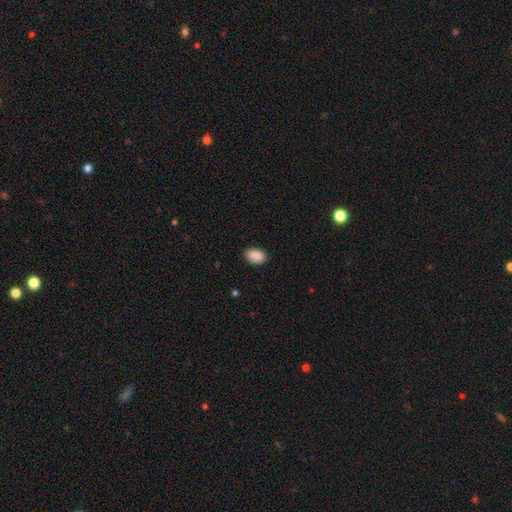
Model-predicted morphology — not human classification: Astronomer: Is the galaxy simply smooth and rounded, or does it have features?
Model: smooth — 89%.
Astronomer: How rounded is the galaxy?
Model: in between — 86%.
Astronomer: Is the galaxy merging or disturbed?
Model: none — 85%.